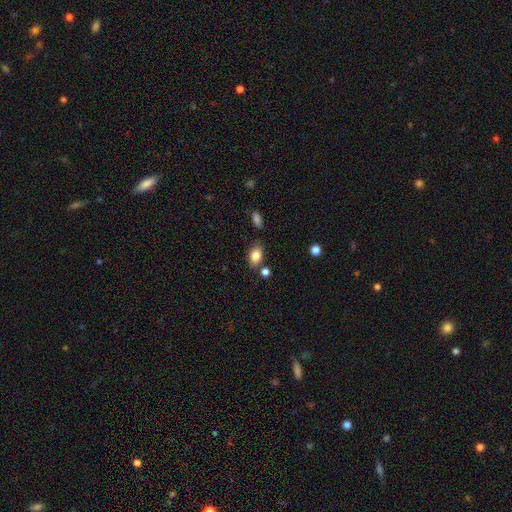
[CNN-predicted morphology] Q: Smooth or featured?
A: smooth (84%); runner-up: star or artifact (9%)
Q: How rounded?
A: in between (82%); runner-up: round (16%)
Q: Merging?
A: none (74%); runner-up: minor disturbance (15%)